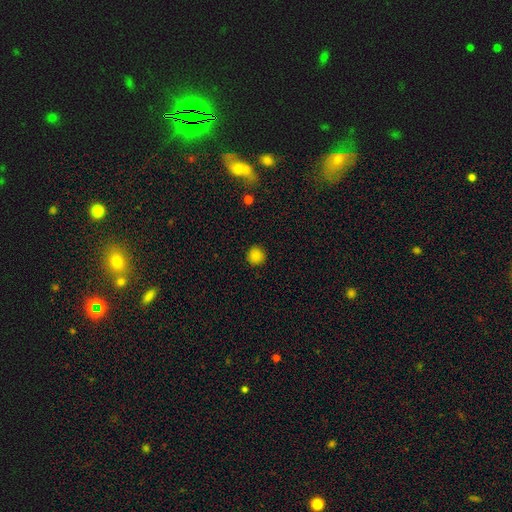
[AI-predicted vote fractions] The model was most divided on "smooth or featured": smooth: 85%, star or artifact: 11%, featured or disk: 4%. More confident: how rounded — round (94%); merging — none (91%).